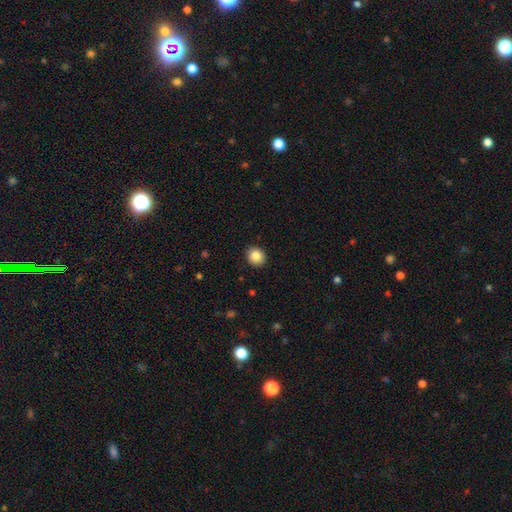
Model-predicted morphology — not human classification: Smooth or featured? smooth (85%)
How rounded? round (79%)
Merging? none (91%)